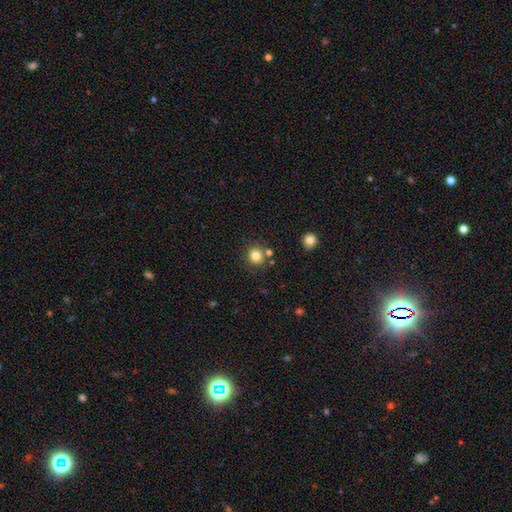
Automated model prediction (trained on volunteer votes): smooth 81%, star or artifact 12%, featured or disk 6%. Down the decision tree: how rounded — round (87%); merging — none (80%).